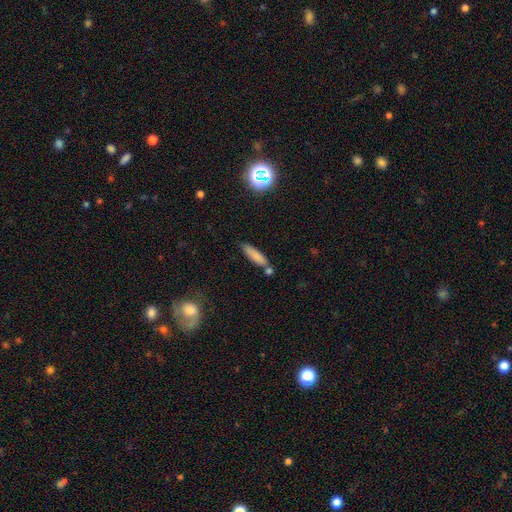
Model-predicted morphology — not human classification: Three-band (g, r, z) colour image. It shows a smooth galaxy with no disk features (80%) that is cigar-shaped (68%). Merging: none (64%).